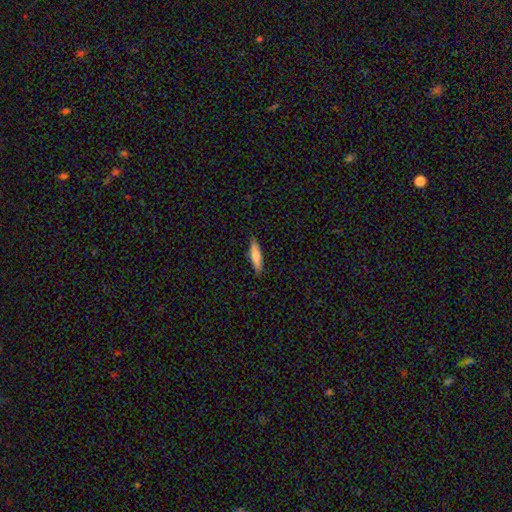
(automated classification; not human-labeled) This is likely a smooth galaxy (78%). How rounded: likely cigar-shaped (76%). Merging: clearly none (88%).